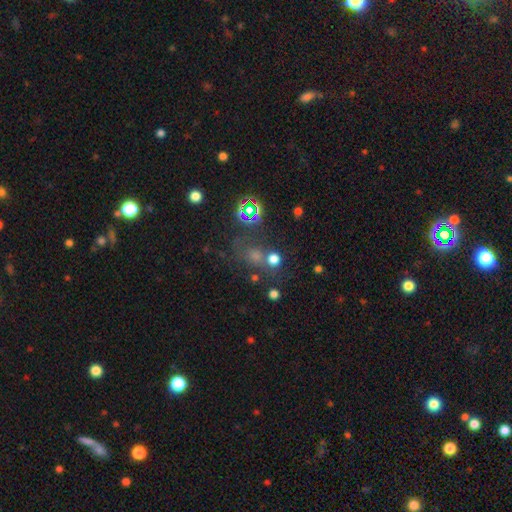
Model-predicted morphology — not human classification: Q: Smooth or featured?
A: star or artifact (44%); runner-up: smooth (43%)